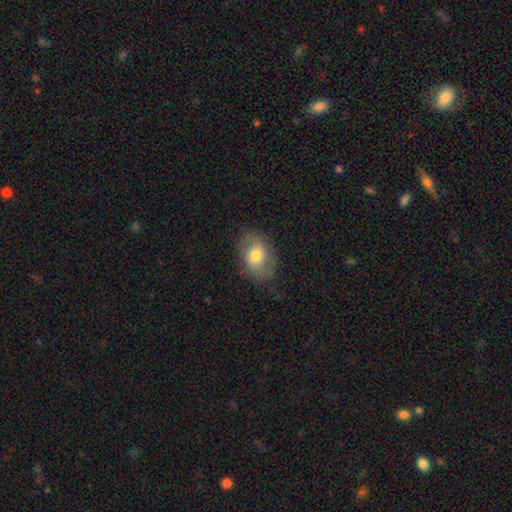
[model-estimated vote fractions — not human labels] smooth 59%, featured or disk 34%, star or artifact 7%. Down the decision tree: how rounded — in between (73%); merging — none (75%).